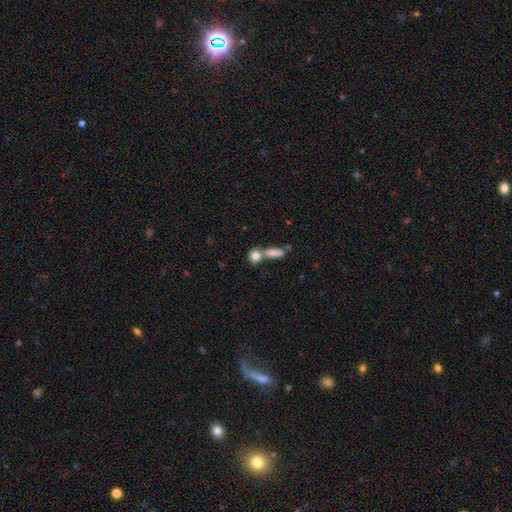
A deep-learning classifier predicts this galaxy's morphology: type=smooth (82%); roundness=round (60%); merging=none (44%).